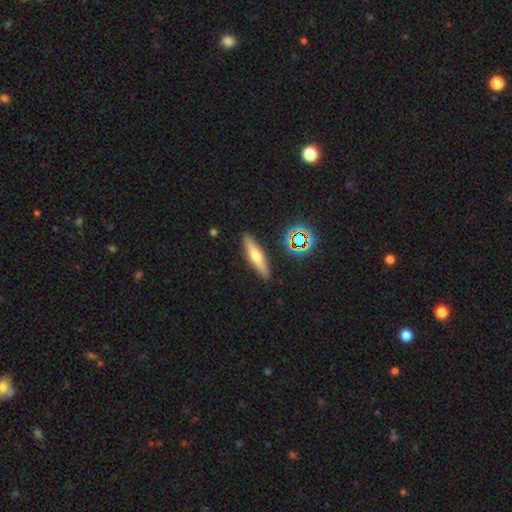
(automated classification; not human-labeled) This is possibly a smooth galaxy (47%). Merging: clearly none (88%).